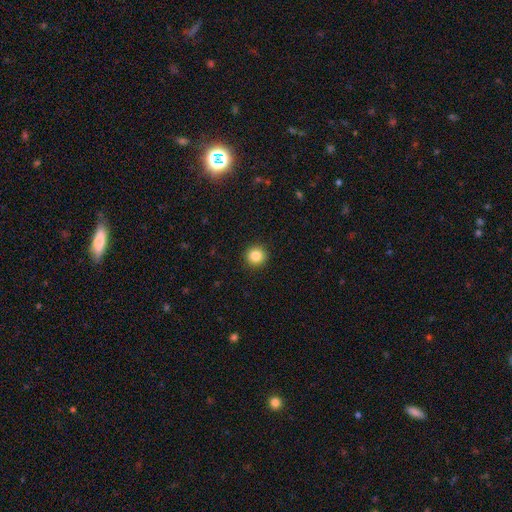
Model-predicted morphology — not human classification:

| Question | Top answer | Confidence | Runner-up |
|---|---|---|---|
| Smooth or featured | smooth | 86% | star or artifact (10%) |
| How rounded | round | 94% | in between (5%) |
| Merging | none | 92% | minor disturbance (5%) |